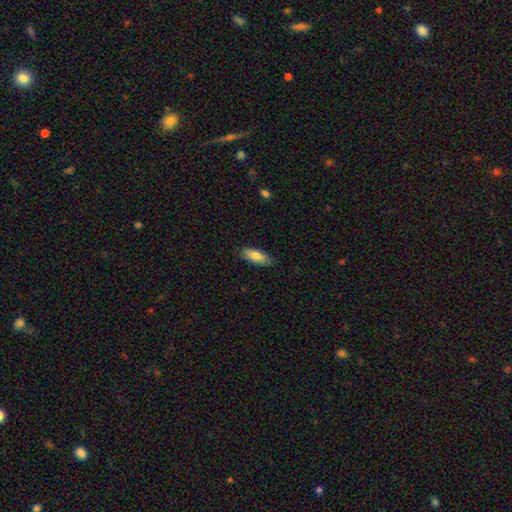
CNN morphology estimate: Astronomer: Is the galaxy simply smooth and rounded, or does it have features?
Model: smooth — 80%.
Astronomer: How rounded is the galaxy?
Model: in between — 68%.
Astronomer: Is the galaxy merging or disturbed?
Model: none — 85%.